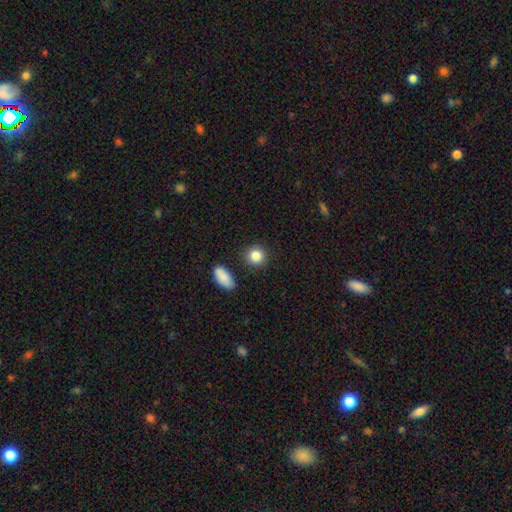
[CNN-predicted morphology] A smooth galaxy with no disk features (86%) that is round (85%). Merging: none (87%).